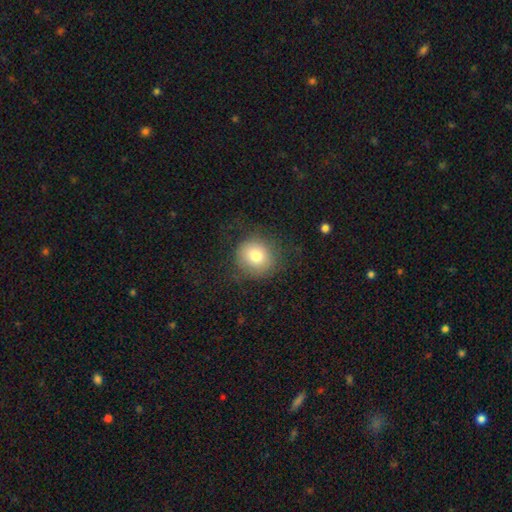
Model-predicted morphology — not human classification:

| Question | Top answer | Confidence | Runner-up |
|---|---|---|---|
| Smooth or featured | smooth | 78% | featured or disk (12%) |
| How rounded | round | 90% | in between (10%) |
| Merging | none | 76% | minor disturbance (14%) |